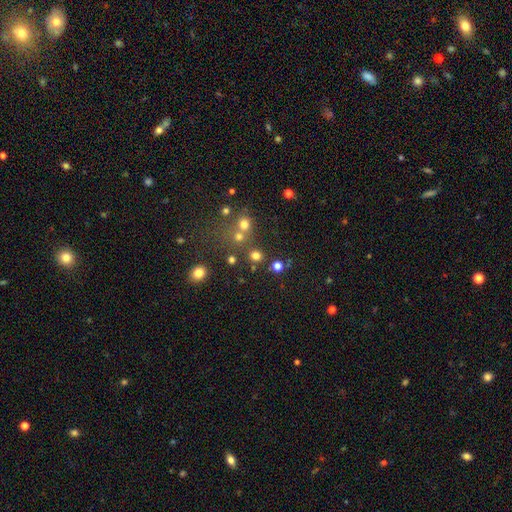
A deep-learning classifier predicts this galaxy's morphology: Smooth or featured: smooth — 72% (star or artifact — 21%)
How rounded: round — 88% (in between — 11%)
Merging: none — 72% (merger — 17%)